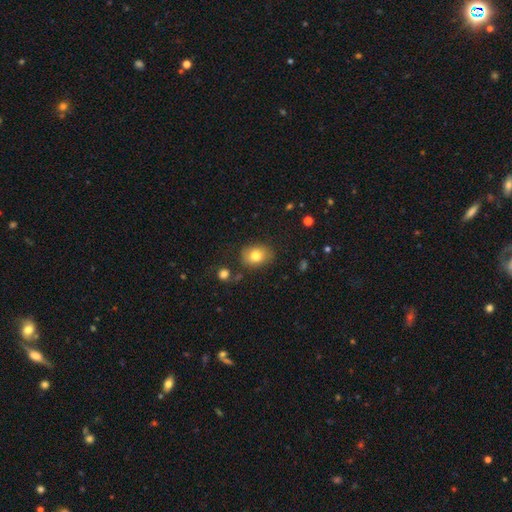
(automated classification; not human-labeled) Smooth or featured? Predicted: smooth (p=0.79). How rounded? Predicted: in between (p=0.59). Merging? Predicted: none (p=0.79).